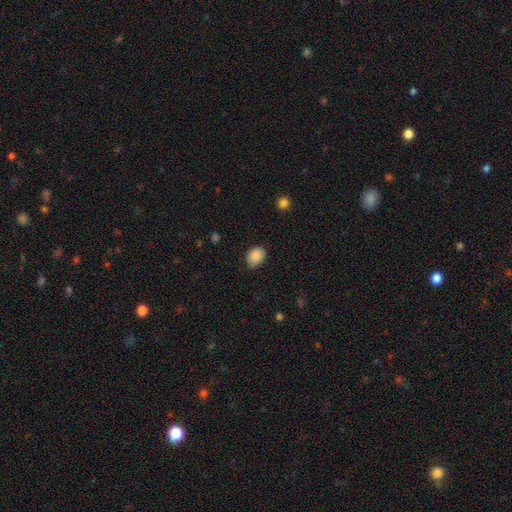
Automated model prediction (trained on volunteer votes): A smooth galaxy with no disk features (88%) that is in between round and cigar-shaped (62%). Merging: none (74%).